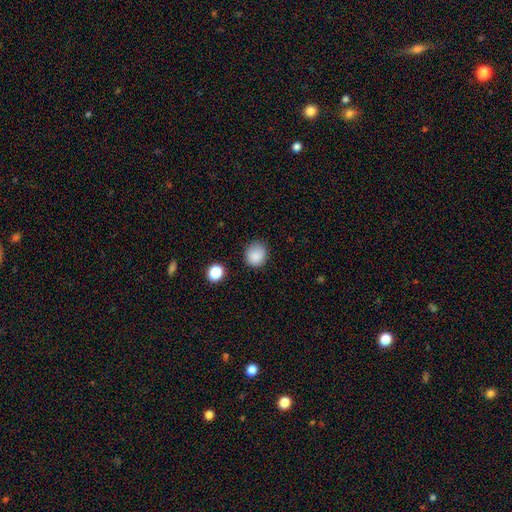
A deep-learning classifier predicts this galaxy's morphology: Smooth or featured?
  - smooth: 86% *
  - star or artifact: 10%
  - featured or disk: 4%
How rounded?
  - round: 83% *
  - in between: 16%
  - cigar-shaped: 1%
Merging?
  - none: 83% *
  - minor disturbance: 12%
  - major disturbance: 3%
  - merger: 2%